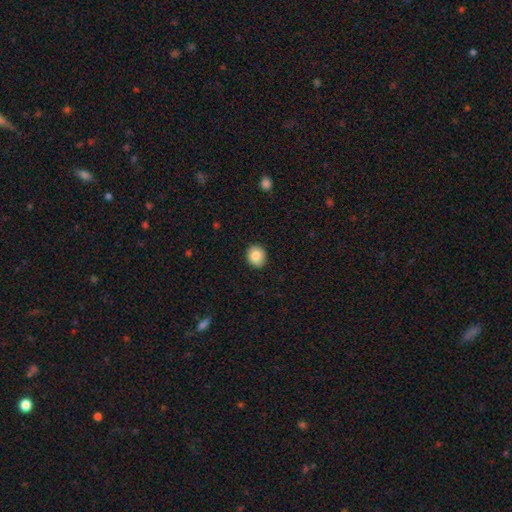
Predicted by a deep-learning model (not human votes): Smooth or featured? Predicted: smooth (p=0.85). How rounded? Predicted: round (p=0.80). Merging? Predicted: none (p=0.91).